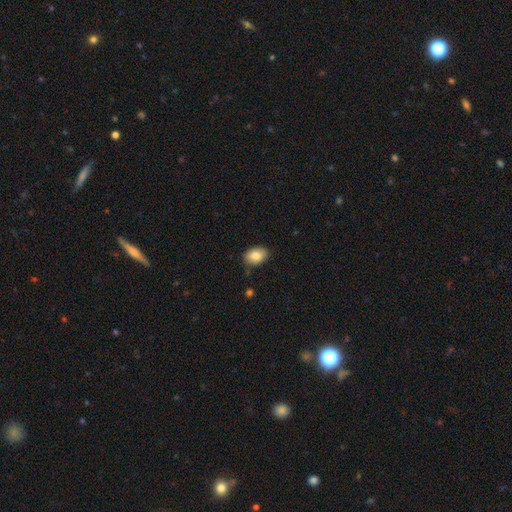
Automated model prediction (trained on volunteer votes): Morphology: type=smooth (86%); roundness=in between (81%); merging=none (83%).